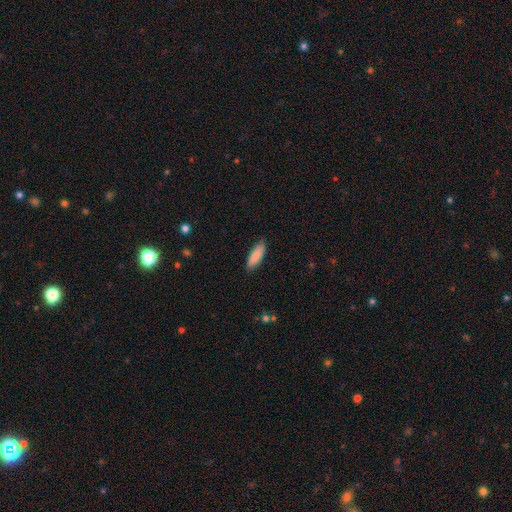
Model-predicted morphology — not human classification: smooth_or_featured: smooth (p=0.87) [alt: featured or disk p=0.07]
how_rounded: in between (p=0.52) [alt: cigar-shaped p=0.46]
merging: none (p=0.86) [alt: minor disturbance p=0.11]